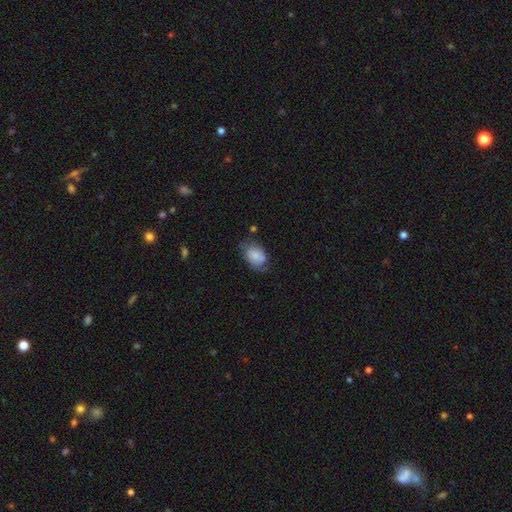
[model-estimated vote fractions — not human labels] smooth_or_featured: smooth (p=0.67) [alt: featured or disk p=0.25]
how_rounded: in between (p=0.86) [alt: round p=0.13]
merging: none (p=0.53) [alt: minor disturbance p=0.30]